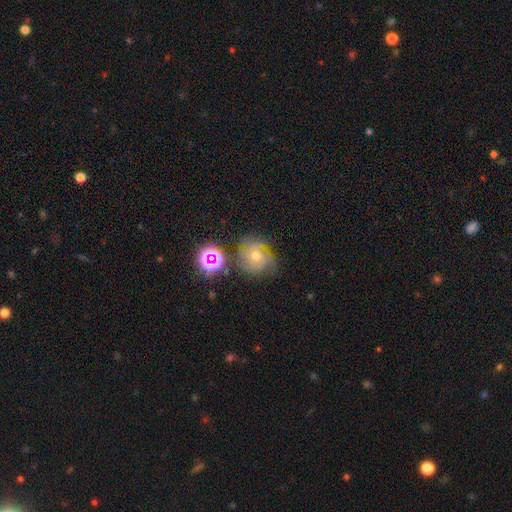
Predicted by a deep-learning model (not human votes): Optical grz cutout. It shows a featured or disk galaxy (56%) with no bar (81%), spiral arms (88%) and a moderate central bulge (55%). Merging: none (67%).